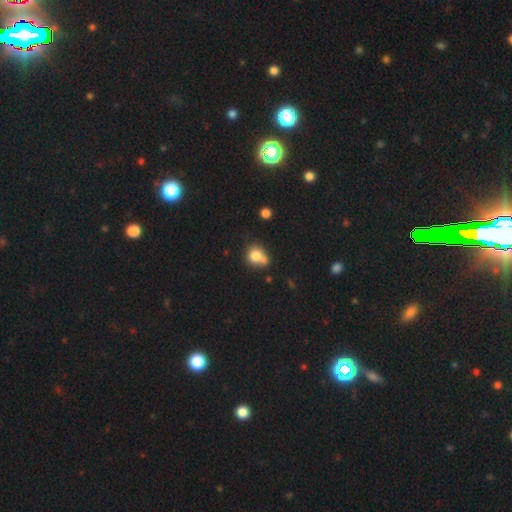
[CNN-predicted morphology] Smooth or featured? smooth (78%)
How rounded? round (70%)
Merging? none (41%)